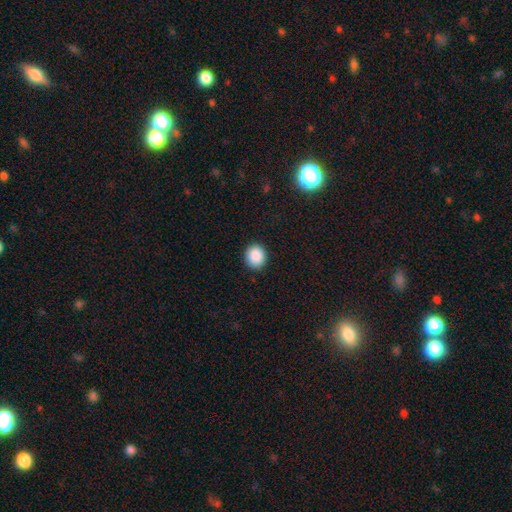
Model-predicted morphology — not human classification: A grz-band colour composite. It shows a smooth galaxy with no disk features (88%) that is round (80%). Merging: none (91%).